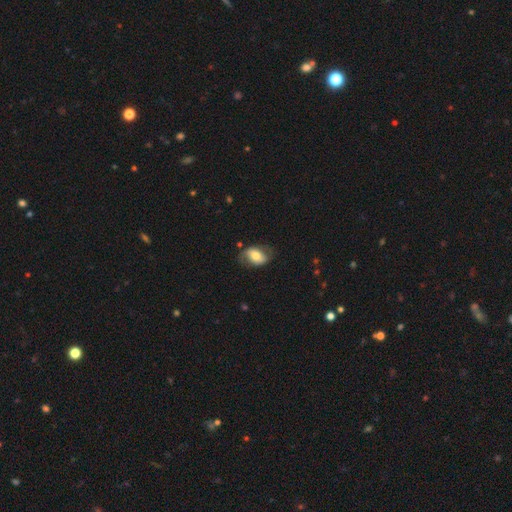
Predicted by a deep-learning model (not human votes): Morphology: type=smooth (50%); roundness=in between (82%); merging=none (64%).